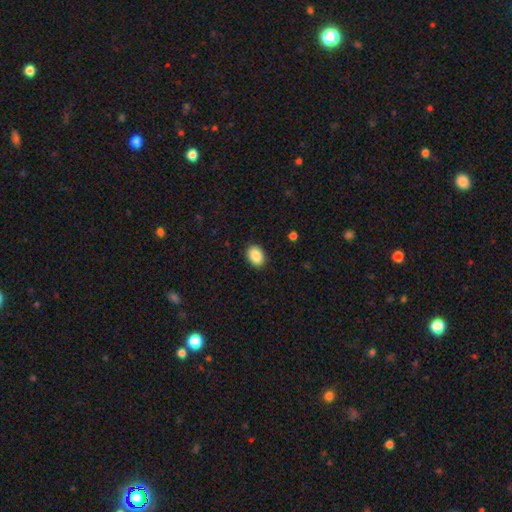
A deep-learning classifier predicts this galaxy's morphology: A smooth galaxy with no disk features (89%) that is in between round and cigar-shaped (77%).

Vote fractions:
- Smooth or featured? smooth: 89% / star or artifact: 7% / featured or disk: 4%
- How rounded? in between: 77% / round: 22% / cigar-shaped: 1%
- Merging? none: 89% / minor disturbance: 8% / major disturbance: 2% / merger: 1%